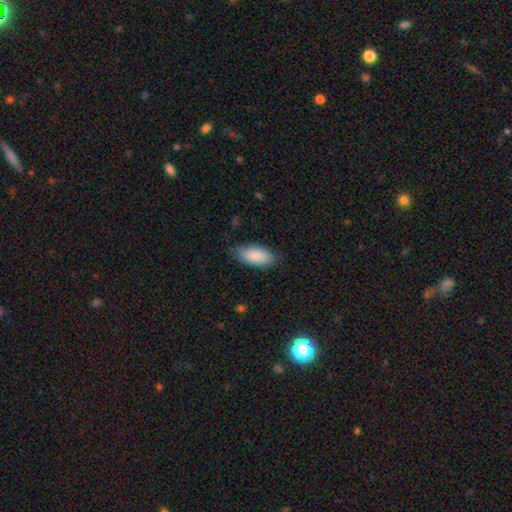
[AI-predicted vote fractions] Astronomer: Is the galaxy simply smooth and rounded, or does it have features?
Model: smooth — 89%.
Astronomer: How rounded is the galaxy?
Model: in between — 91%.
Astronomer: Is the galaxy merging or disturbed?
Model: none — 78%.